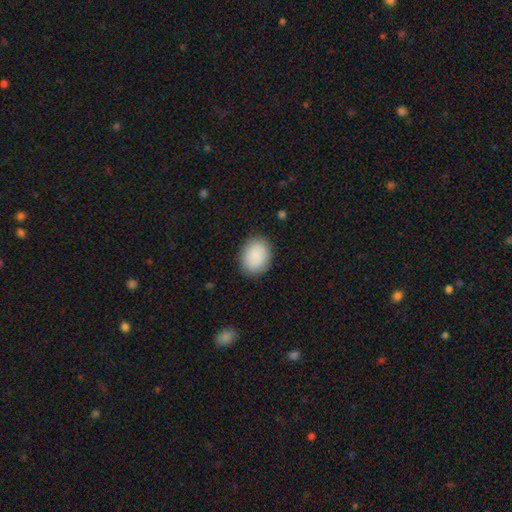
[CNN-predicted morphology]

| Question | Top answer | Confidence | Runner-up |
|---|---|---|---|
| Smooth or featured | smooth | 90% | star or artifact (6%) |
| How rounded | in between | 55% | round (44%) |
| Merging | none | 88% | minor disturbance (9%) |